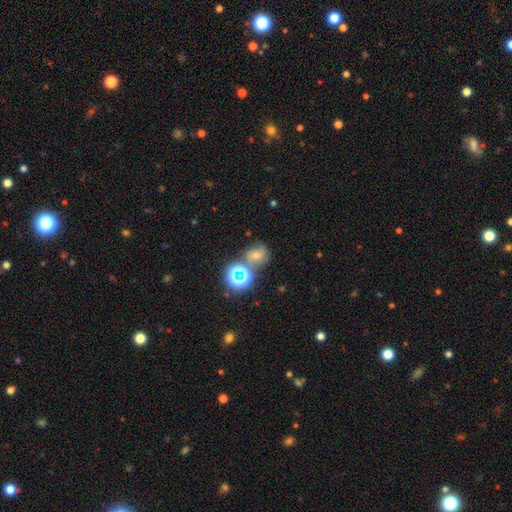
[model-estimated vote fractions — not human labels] This is possibly a star or artifact rather than a galaxy (49%).